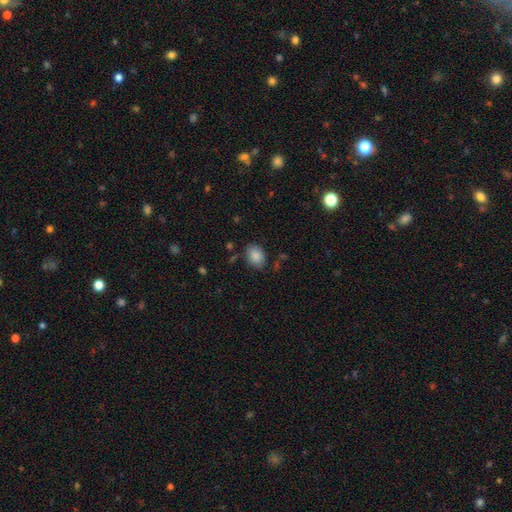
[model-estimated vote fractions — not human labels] smooth-or-featured: smooth: 86% | star or artifact: 8% | featured or disk: 6%
  how-rounded: in between: 69% | round: 30% | cigar-shaped: 1%
  merging: none: 79% | minor disturbance: 15% | major disturbance: 3% | merger: 3%